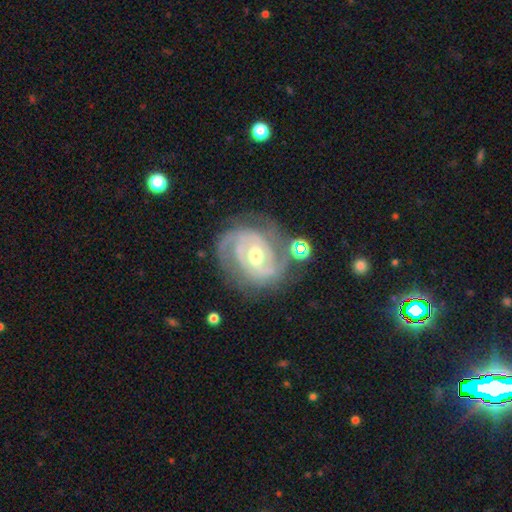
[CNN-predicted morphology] This appears to be a featured or disk galaxy (89%) with a weak bar (42%), 2 (50%) tight (62%) spiral arms (95%) and a moderate central bulge (72%). Merging: none (64%).